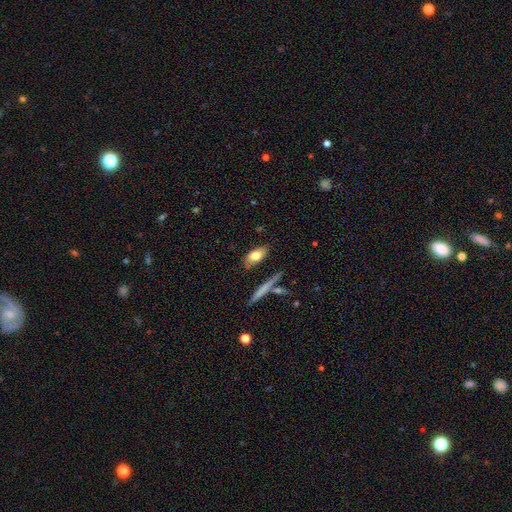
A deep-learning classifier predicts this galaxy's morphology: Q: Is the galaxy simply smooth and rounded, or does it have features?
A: smooth — 74%.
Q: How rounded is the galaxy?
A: in between — 81%.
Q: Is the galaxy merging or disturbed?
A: none — 77%.